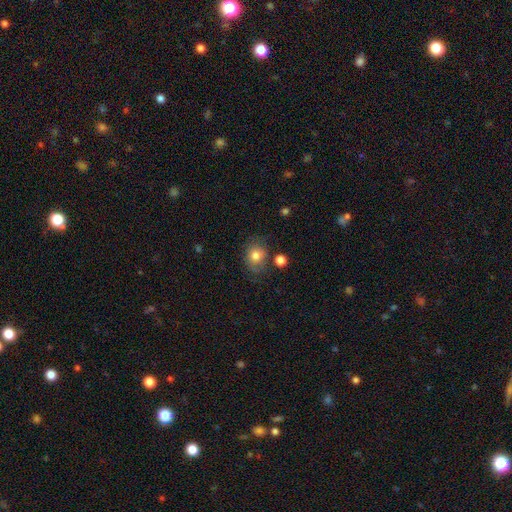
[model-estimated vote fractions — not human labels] This appears to be a smooth galaxy with no disk features (77%) that is round (62%). Merging: none (67%).